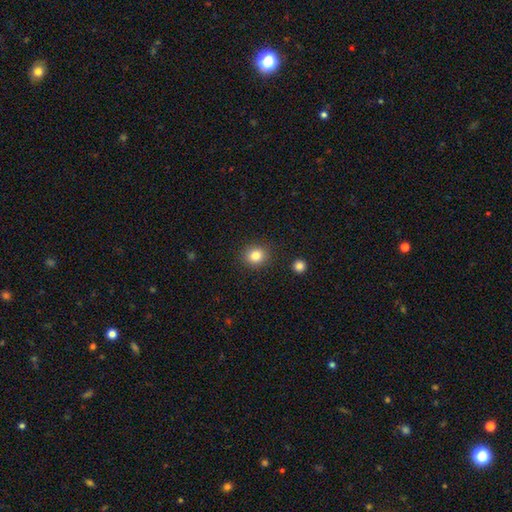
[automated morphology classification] Smooth or featured? Predicted: smooth (p=0.83). How rounded? Predicted: round (p=0.81). Merging? Predicted: none (p=0.89).